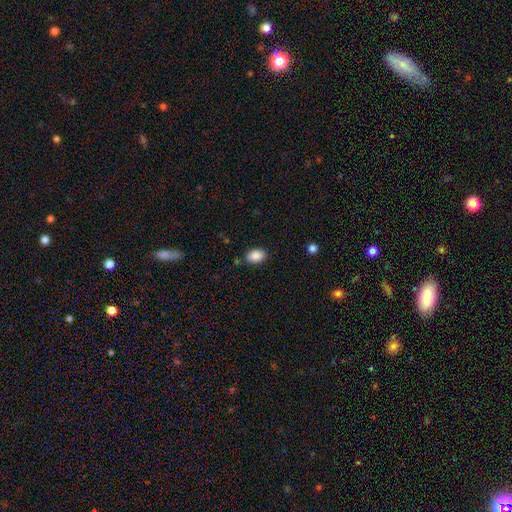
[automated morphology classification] smooth-or-featured: smooth: 88% | star or artifact: 8% | featured or disk: 4%
  how-rounded: in between: 87% | round: 12% | cigar-shaped: 1%
  merging: none: 84% | minor disturbance: 12% | major disturbance: 3% | merger: 2%